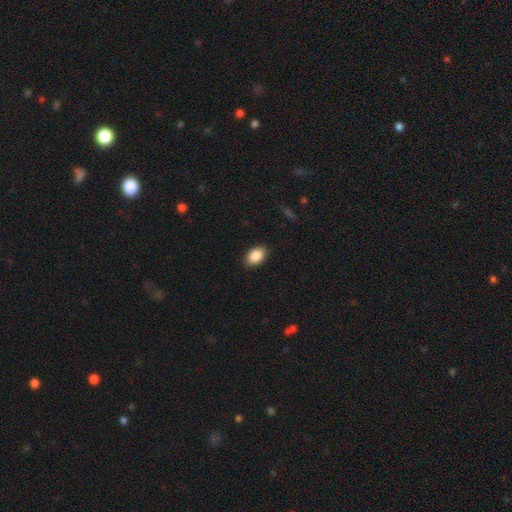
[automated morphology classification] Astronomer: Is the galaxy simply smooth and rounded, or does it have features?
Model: smooth — 88%.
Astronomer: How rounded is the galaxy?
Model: in between — 86%.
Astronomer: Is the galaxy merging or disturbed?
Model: none — 88%.